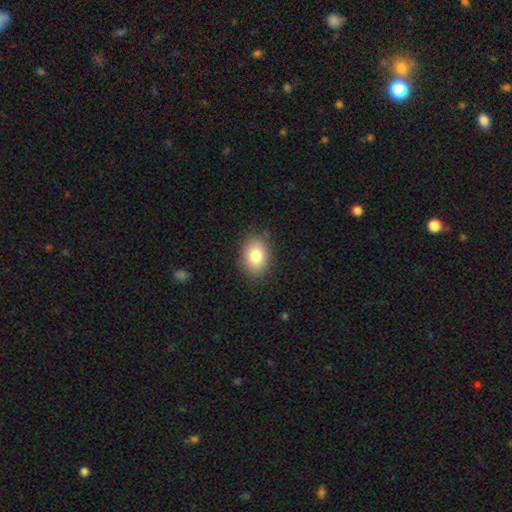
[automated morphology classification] Smooth or featured?
  - smooth: 84% *
  - featured or disk: 8%
  - star or artifact: 8%
How rounded?
  - in between: 79% *
  - round: 20%
  - cigar-shaped: 1%
Merging?
  - none: 84% *
  - minor disturbance: 11%
  - major disturbance: 3%
  - merger: 1%